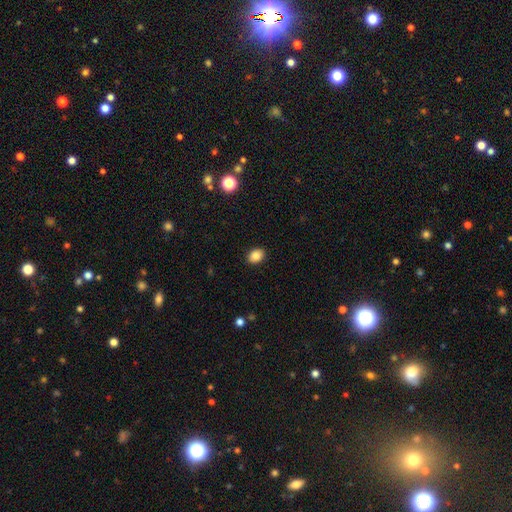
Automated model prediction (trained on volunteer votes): Smooth or featured? Predicted: smooth (p=0.86). How rounded? Predicted: in between (p=0.67). Merging? Predicted: none (p=0.90).